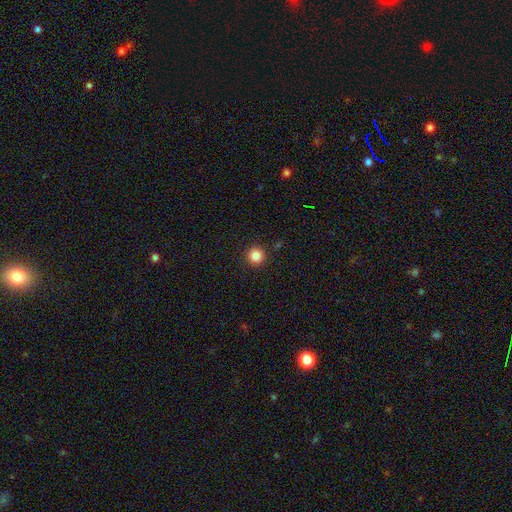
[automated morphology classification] A smooth galaxy with no disk features (85%) that is round (95%). Merging: none (91%).